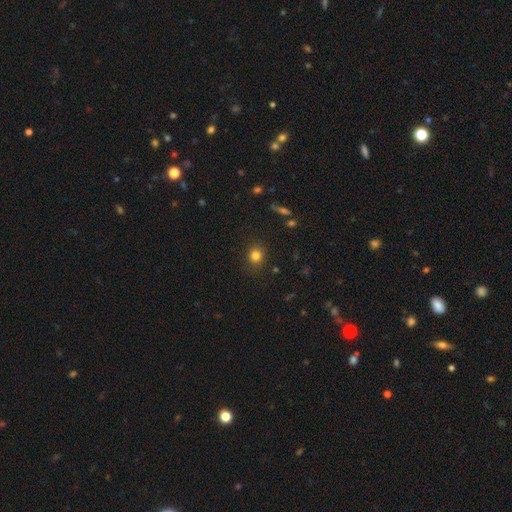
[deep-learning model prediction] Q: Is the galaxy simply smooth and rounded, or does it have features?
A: smooth — 81%.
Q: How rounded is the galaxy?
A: round — 81%.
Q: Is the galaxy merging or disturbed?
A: none — 88%.